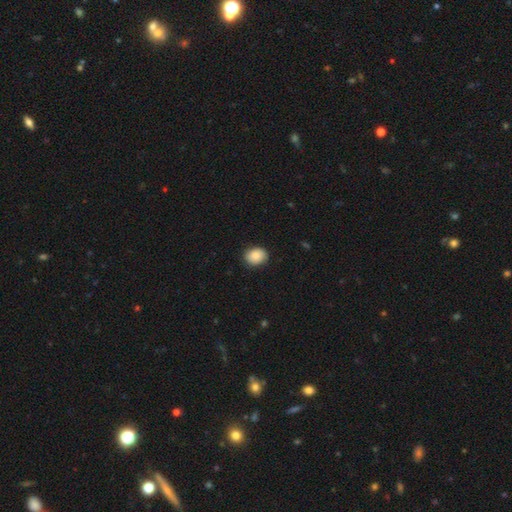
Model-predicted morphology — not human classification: A smooth galaxy with no disk features (88%) that is in between round and cigar-shaped (54%). Merging: none (86%).